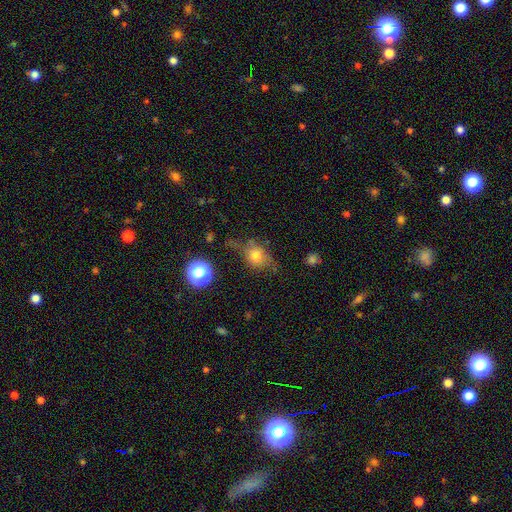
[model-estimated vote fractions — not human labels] smooth_or_featured: smooth (p=0.67) [alt: featured or disk p=0.20]
how_rounded: round (p=0.50) [alt: in between p=0.47]
merging: none (p=0.54) [alt: minor disturbance p=0.28]